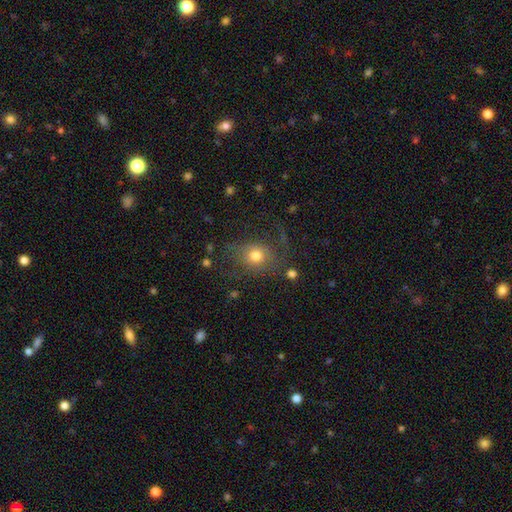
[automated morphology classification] smooth_or_featured: smooth (p=0.62) [alt: featured or disk p=0.25]
how_rounded: round (p=0.61) [alt: in between p=0.38]
merging: none (p=0.57) [alt: major disturbance p=0.21]